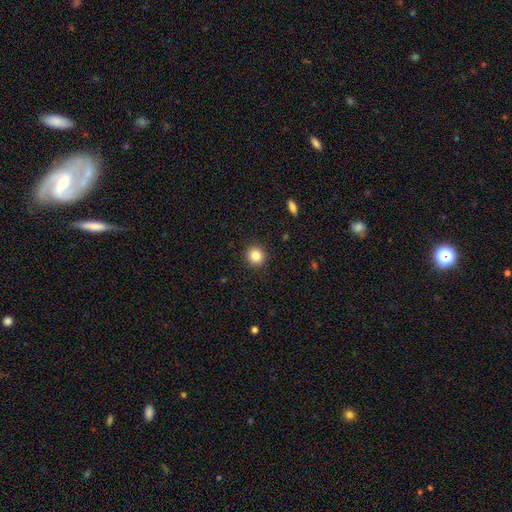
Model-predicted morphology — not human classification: smooth_or_featured: smooth (p=0.83) [alt: star or artifact p=0.11]
how_rounded: round (p=0.93) [alt: in between p=0.06]
merging: none (p=0.92) [alt: minor disturbance p=0.05]